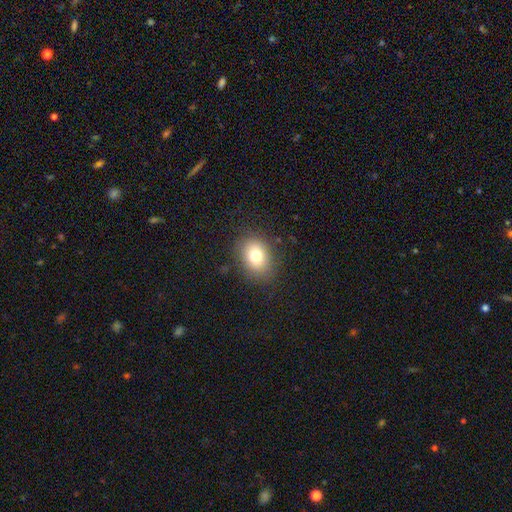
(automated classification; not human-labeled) A smooth galaxy with no disk features (77%) that is in between round and cigar-shaped (56%).

Vote fractions:
- Smooth or featured? smooth: 77% / star or artifact: 12% / featured or disk: 12%
- How rounded? in between: 56% / round: 43% / cigar-shaped: 1%
- Merging? none: 84% / minor disturbance: 10% / major disturbance: 4% / merger: 1%